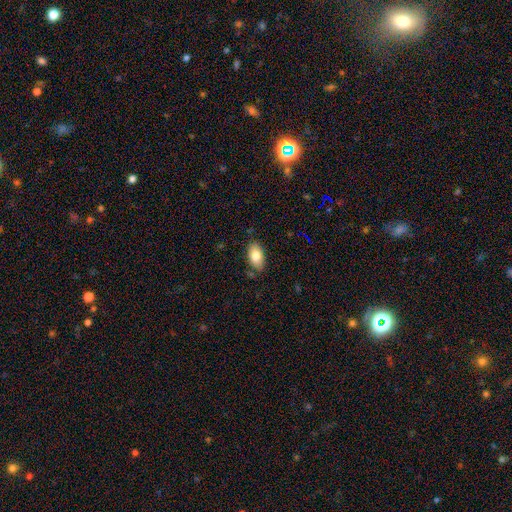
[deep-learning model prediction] Overall: smooth (80%). How rounded: in between (92%). Merging: none (81%).